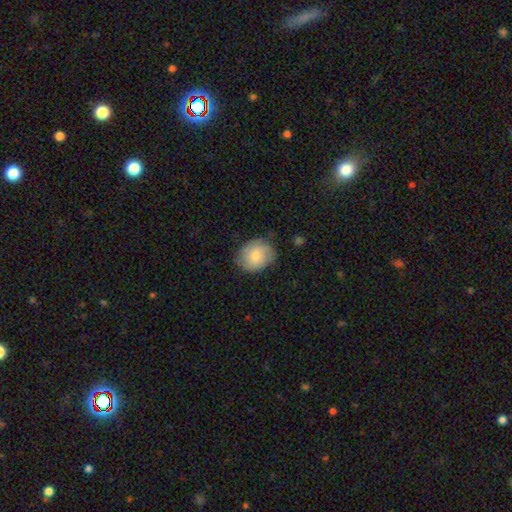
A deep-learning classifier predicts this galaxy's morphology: Smooth or featured: smooth — 77% (featured or disk — 17%)
How rounded: round — 55% (in between — 45%)
Merging: none — 73% (minor disturbance — 22%)